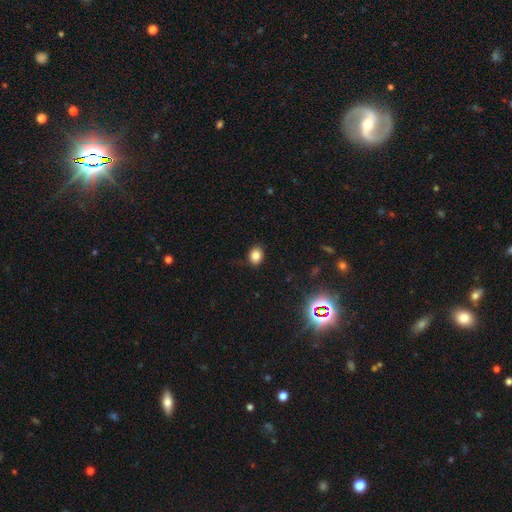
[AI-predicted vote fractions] smooth 83%, star or artifact 11%, featured or disk 6%. Down the decision tree: how rounded — in between (56%); merging — none (87%).